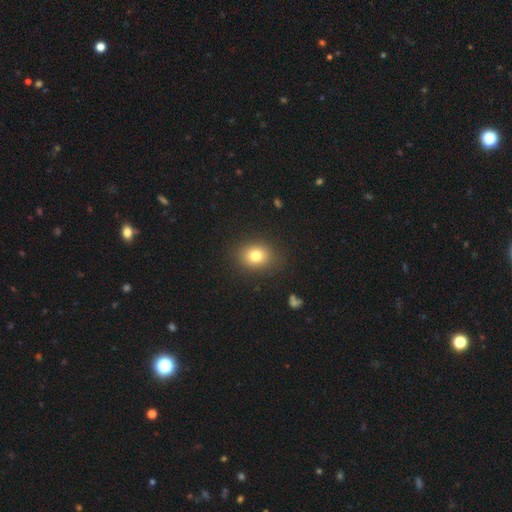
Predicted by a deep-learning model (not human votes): smooth-or-featured: smooth: 78% | star or artifact: 12% | featured or disk: 10%
  how-rounded: round: 57% | in between: 42% | cigar-shaped: 1%
  merging: none: 86% | minor disturbance: 9% | major disturbance: 3% | merger: 1%